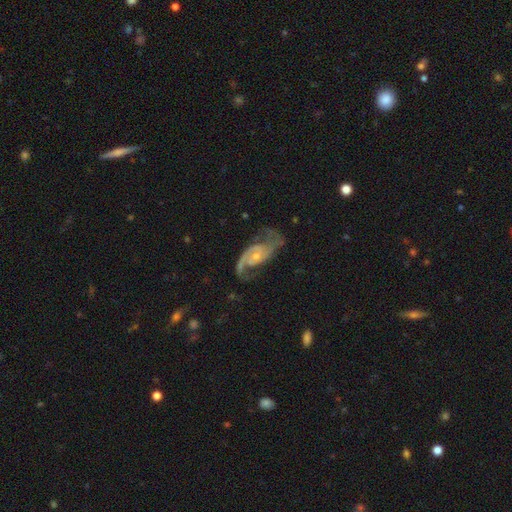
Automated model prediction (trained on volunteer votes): A featured or disk galaxy (87%) with no bar (64%), 2 (86%) medium (48%) spiral arms (96%) and a small central bulge (62%).

Vote fractions:
- Smooth or featured? featured or disk: 87% / smooth: 7% / star or artifact: 6%
- Edge-on disk? no: 96% / yes: 4%
- Bar? no: 64% / weak: 28% / strong: 8%
- Spiral arms? yes: 96% / no: 4%
- Spiral winding? medium: 48% / loose: 33% / tight: 19%
- Spiral arm count? 2: 86% / can't tell: 4% / 1: 4% / 3: 3% / 4: 1% / more than 4: 1%
- Bulge size? small: 62% / moderate: 32% / none: 3% / large: 2% / dominant: 1%
- Merging? none: 62% / minor disturbance: 19% / major disturbance: 16% / merger: 2%